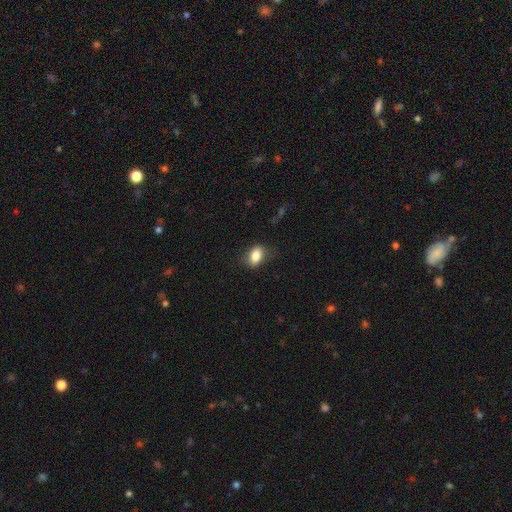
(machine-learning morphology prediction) This is clearly a smooth galaxy (83%). How rounded: clearly in between (83%). Merging: likely none (75%).